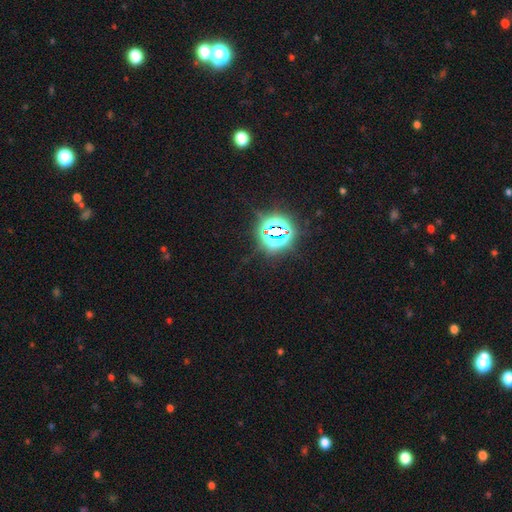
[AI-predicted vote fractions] smooth-or-featured: star or artifact: 81% | smooth: 12% | featured or disk: 6%